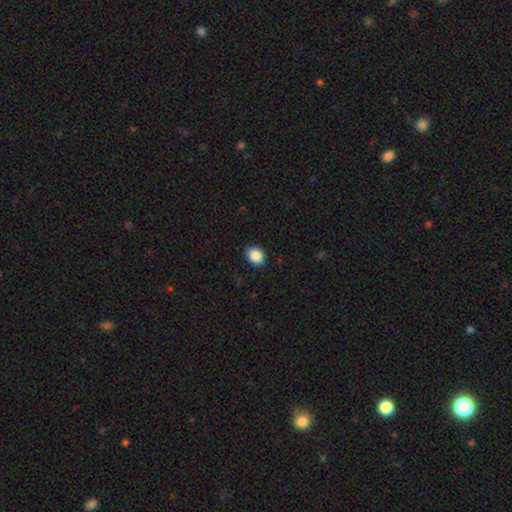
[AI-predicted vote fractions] Smooth or featured? Predicted: smooth (p=0.89). How rounded? Predicted: in between (p=0.67). Merging? Predicted: none (p=0.88).